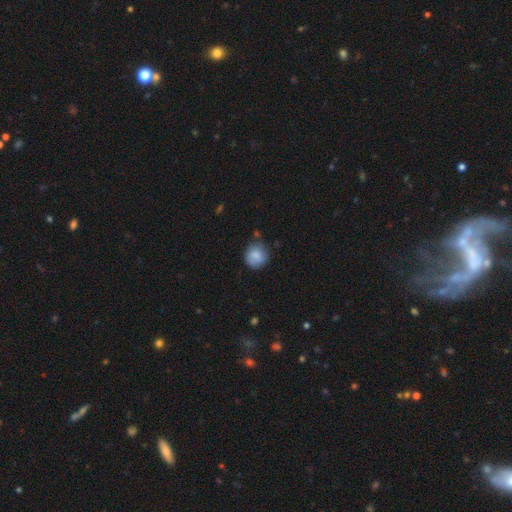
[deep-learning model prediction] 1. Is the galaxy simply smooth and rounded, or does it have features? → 78% smooth, 14% featured or disk, 8% star or artifact.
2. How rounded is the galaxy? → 85% round, 14% in between, 1% cigar-shaped.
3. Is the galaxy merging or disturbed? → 72% none, 20% minor disturbance, 5% major disturbance, 3% merger.